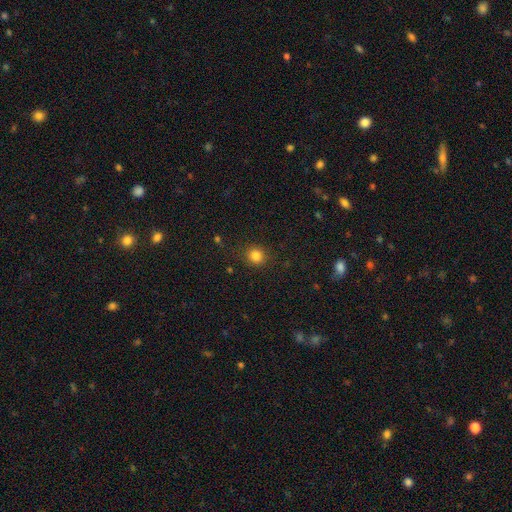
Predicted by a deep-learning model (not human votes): This is clearly a smooth galaxy (84%). How rounded: clearly round (84%). Merging: clearly none (87%).